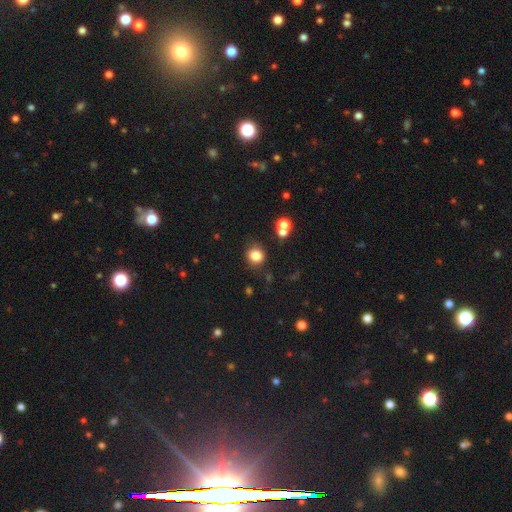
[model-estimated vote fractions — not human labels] The model was most divided on "how rounded": round: 80%, in between: 19%, cigar-shaped: 1%. More confident: smooth or featured — smooth (82%); merging — none (77%).